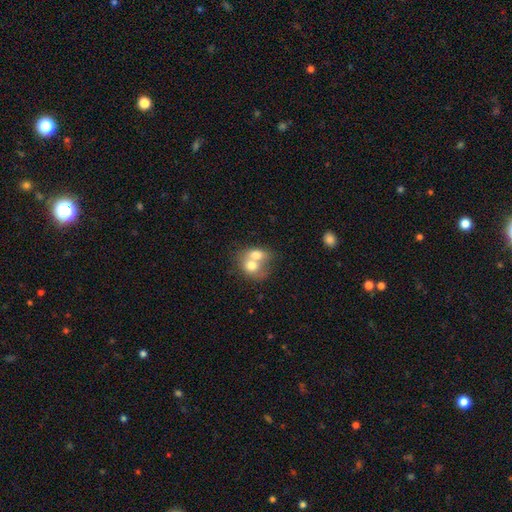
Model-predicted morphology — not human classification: smooth 69%, featured or disk 23%, star or artifact 8%. Down the decision tree: how rounded — in between (52%); merging — merger (74%).